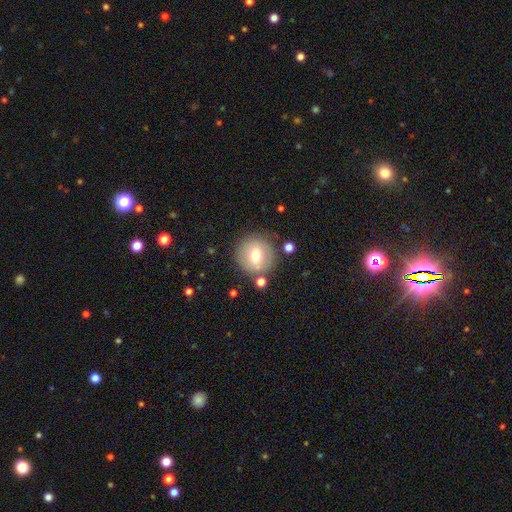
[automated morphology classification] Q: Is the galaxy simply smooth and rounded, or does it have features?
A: smooth — 65%.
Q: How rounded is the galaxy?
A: round — 93%.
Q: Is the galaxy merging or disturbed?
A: none — 81%.